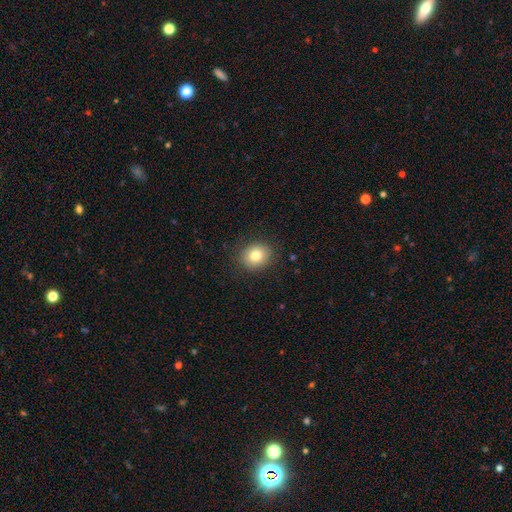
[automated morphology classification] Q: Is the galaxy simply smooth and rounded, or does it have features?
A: smooth — 80%.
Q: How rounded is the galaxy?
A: round — 69%.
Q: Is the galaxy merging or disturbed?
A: none — 89%.